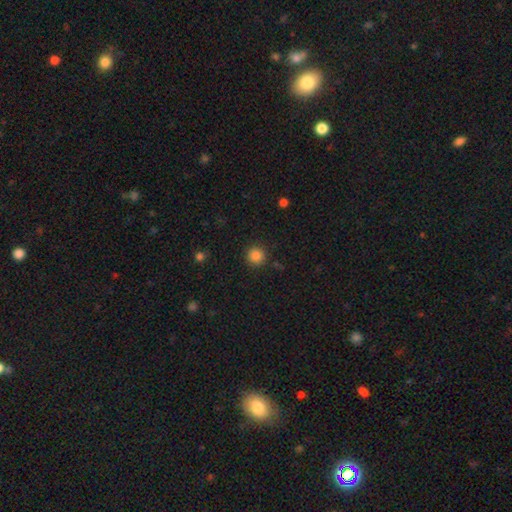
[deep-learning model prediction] This is clearly a smooth galaxy (85%). How rounded: clearly round (94%). Merging: clearly none (90%).